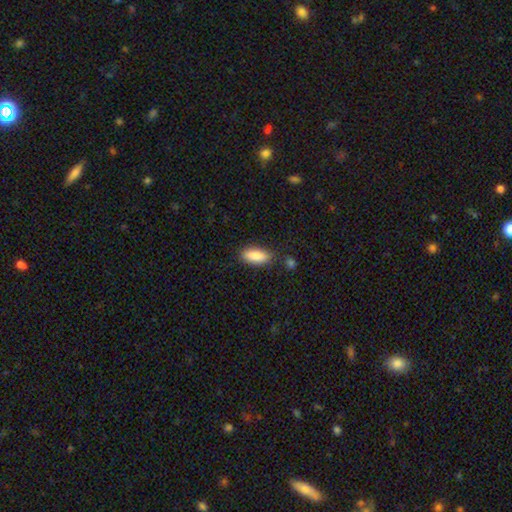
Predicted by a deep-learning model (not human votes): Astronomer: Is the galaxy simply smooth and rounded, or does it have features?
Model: smooth — 87%.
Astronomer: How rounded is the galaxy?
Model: in between — 80%.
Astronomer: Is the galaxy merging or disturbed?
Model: none — 80%.